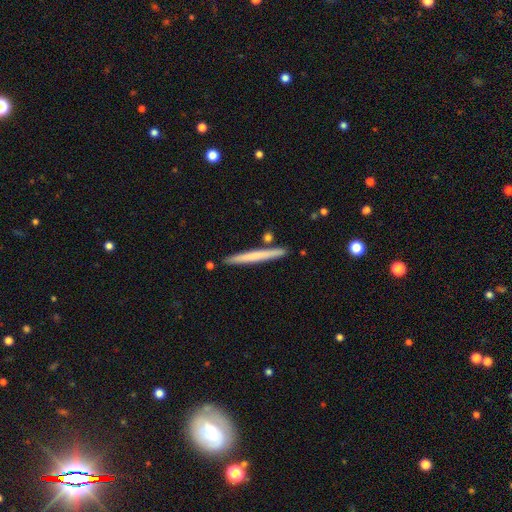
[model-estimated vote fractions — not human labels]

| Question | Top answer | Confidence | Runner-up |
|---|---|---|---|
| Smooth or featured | smooth | 59% | featured or disk (35%) |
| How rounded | cigar-shaped | 97% | in between (2%) |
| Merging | none | 87% | minor disturbance (8%) |